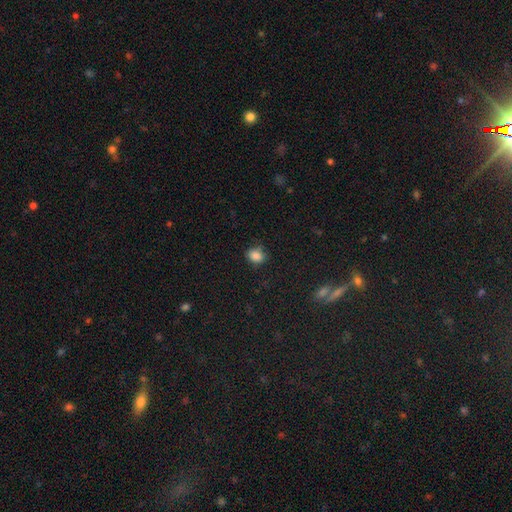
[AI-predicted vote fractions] Smooth or featured: smooth — 84% (star or artifact — 11%)
How rounded: in between — 57% (round — 42%)
Merging: none — 73% (minor disturbance — 21%)